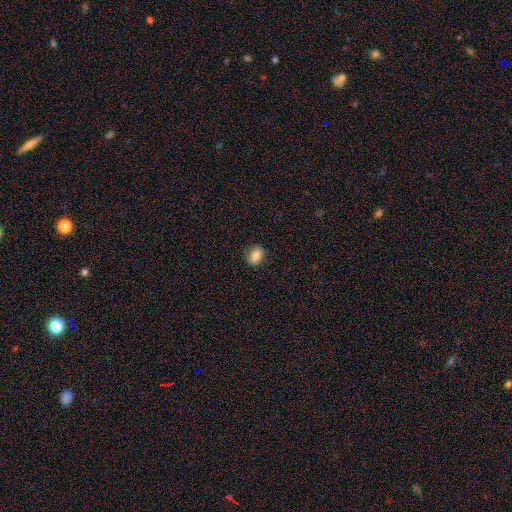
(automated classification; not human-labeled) This appears to be a smooth galaxy with no disk features (85%) that is in between round and cigar-shaped (72%). Merging: none (78%).